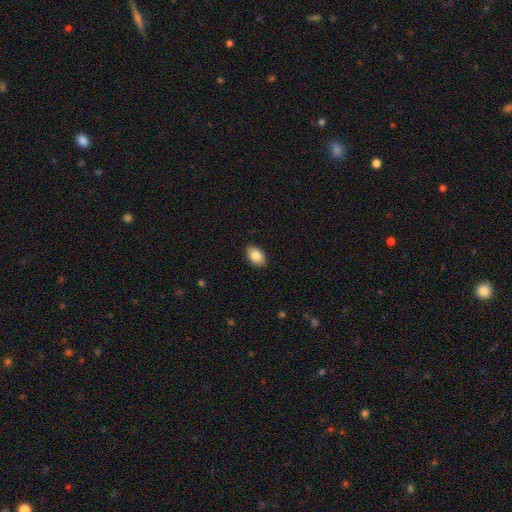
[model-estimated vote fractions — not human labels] Smooth or featured? smooth (85%)
How rounded? in between (88%)
Merging? none (89%)